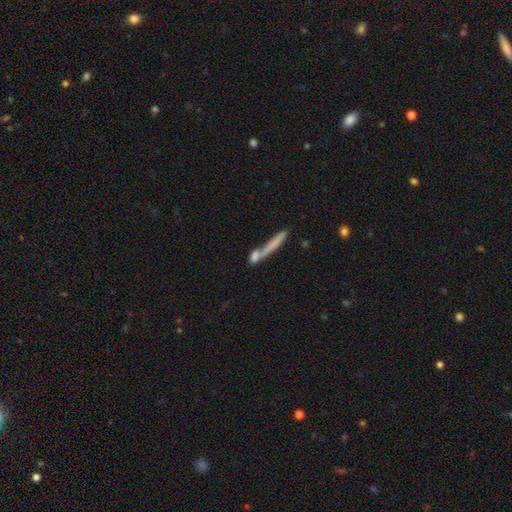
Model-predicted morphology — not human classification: smooth-or-featured: smooth: 52% | featured or disk: 35% | star or artifact: 13%
  how-rounded: cigar-shaped: 90% | in between: 6% | round: 4%
  merging: none: 65% | merger: 18% | minor disturbance: 11% | major disturbance: 6%